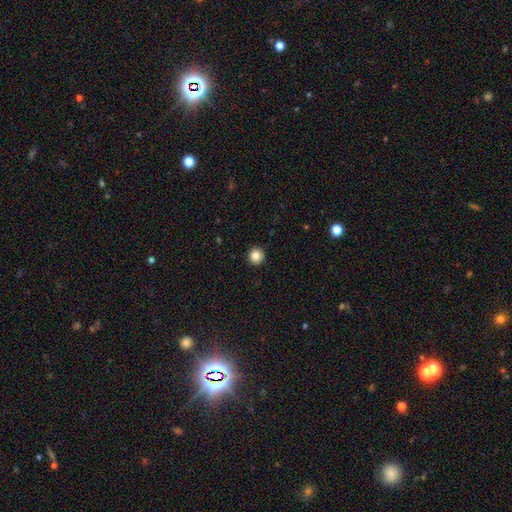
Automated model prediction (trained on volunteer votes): A smooth galaxy with no disk features (85%) that is round (95%). Merging: none (93%).